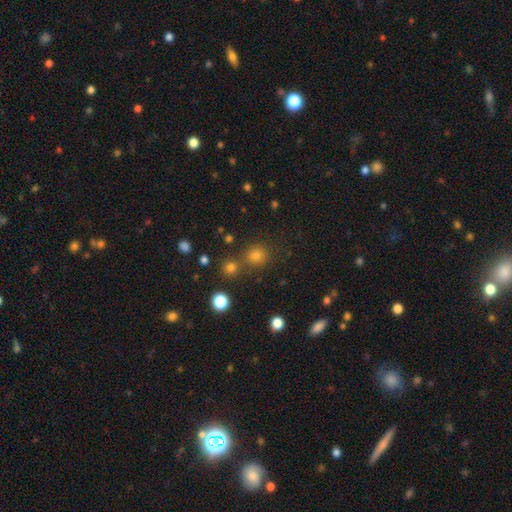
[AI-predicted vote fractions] Smooth or featured? Predicted: smooth (p=0.68). How rounded? Predicted: round (p=0.88). Merging? Predicted: none (p=0.75).